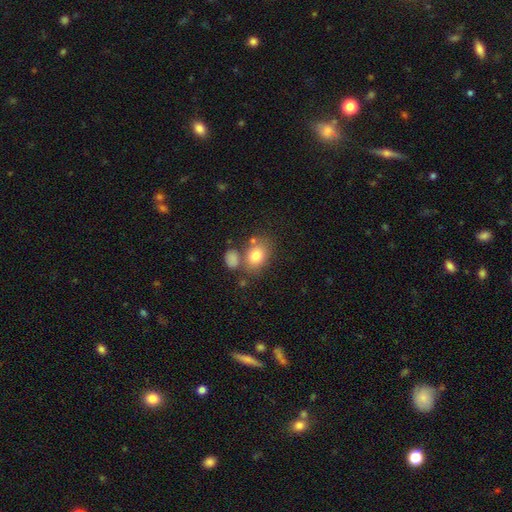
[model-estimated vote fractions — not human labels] Smooth or featured? smooth (78%)
How rounded? in between (65%)
Merging? none (61%)